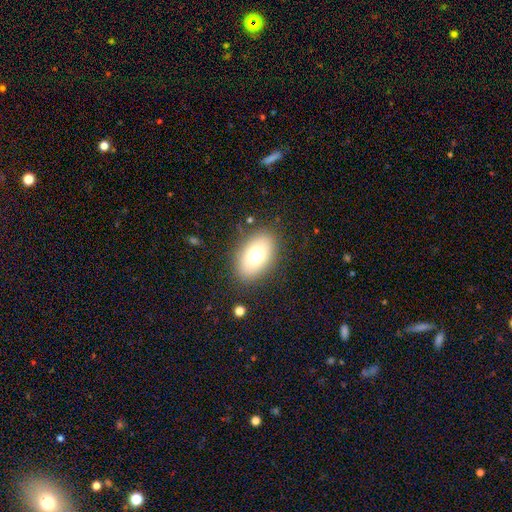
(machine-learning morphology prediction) A smooth galaxy with no disk features (74%) that is in between round and cigar-shaped (89%).

Vote fractions:
- Smooth or featured? smooth: 74% / featured or disk: 17% / star or artifact: 9%
- How rounded? in between: 89% / round: 9% / cigar-shaped: 2%
- Merging? none: 83% / minor disturbance: 11% / major disturbance: 4% / merger: 1%